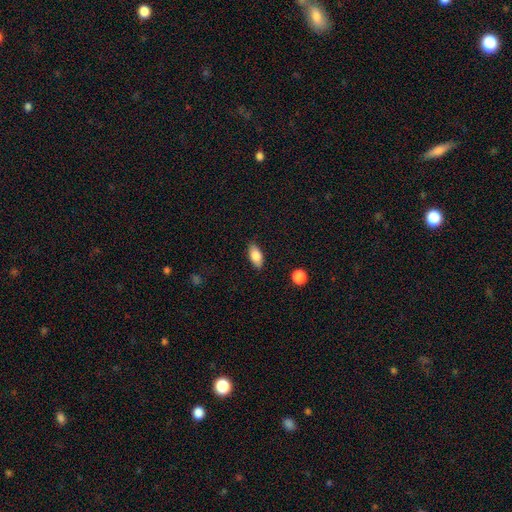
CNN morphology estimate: A smooth galaxy with no disk features (83%) that is in between round and cigar-shaped (89%). Merging: none (85%).